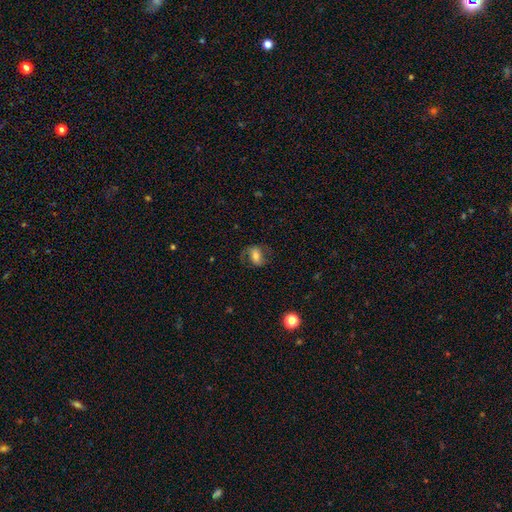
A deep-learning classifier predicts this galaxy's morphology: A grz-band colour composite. It shows a featured or disk galaxy (49%). Merging: none (66%).